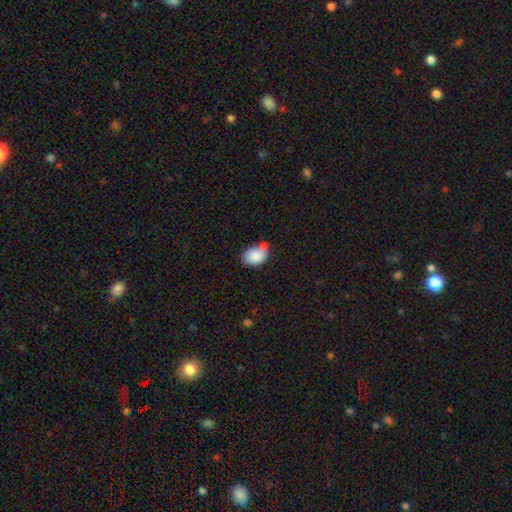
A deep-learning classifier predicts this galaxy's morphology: This appears to be a smooth galaxy with no disk features (85%) that is in between round and cigar-shaped (76%). Merging: none (41%).